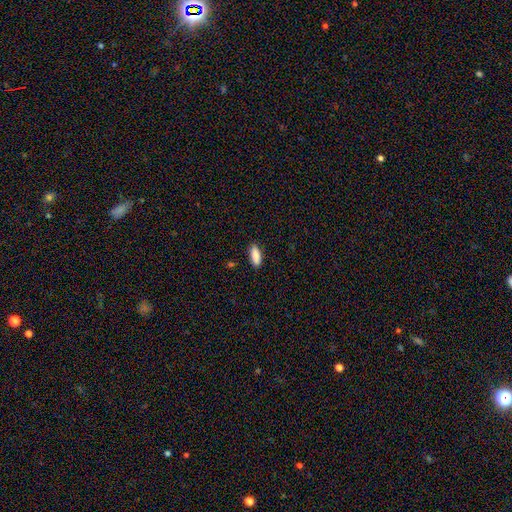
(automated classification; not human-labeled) This appears to be a smooth galaxy with no disk features (87%) that is in between round and cigar-shaped (76%). Merging: none (87%).